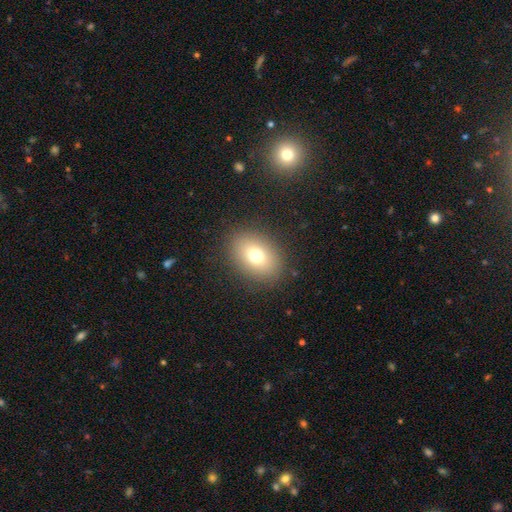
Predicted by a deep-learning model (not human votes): The model was most divided on "how rounded": in between: 73%, round: 26%, cigar-shaped: 1%. More confident: merging — none (87%); smooth or featured — smooth (75%).